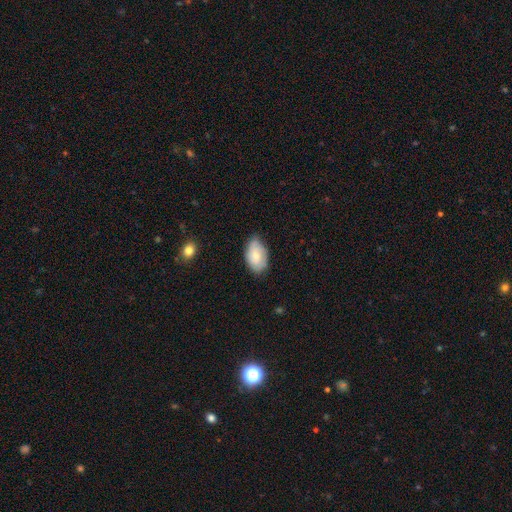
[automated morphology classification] type=smooth (64%); roundness=in between (90%); merging=none (67%).